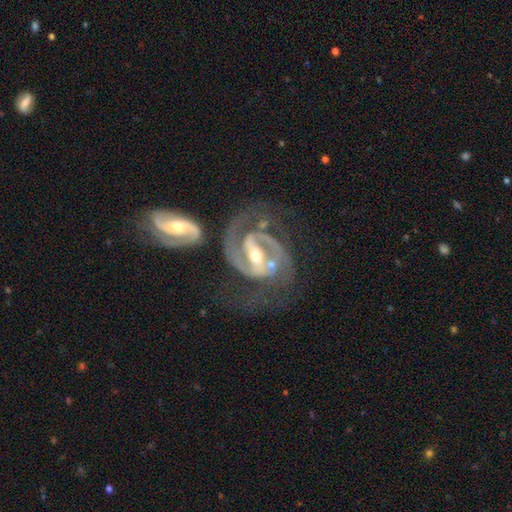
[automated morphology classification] This appears to be a featured or disk galaxy (93%) with a strong bar (64%), 2 (91%) medium (56%) spiral arms (98%) and a moderate central bulge (59%). Merging: none (50%).